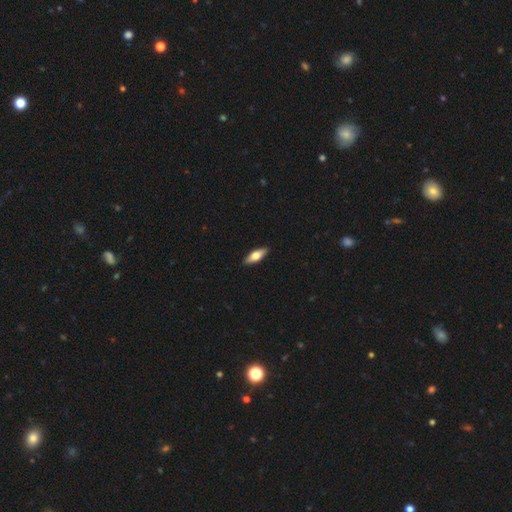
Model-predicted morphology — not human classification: Smooth or featured? smooth (60%)
How rounded? in between (63%)
Merging? none (90%)